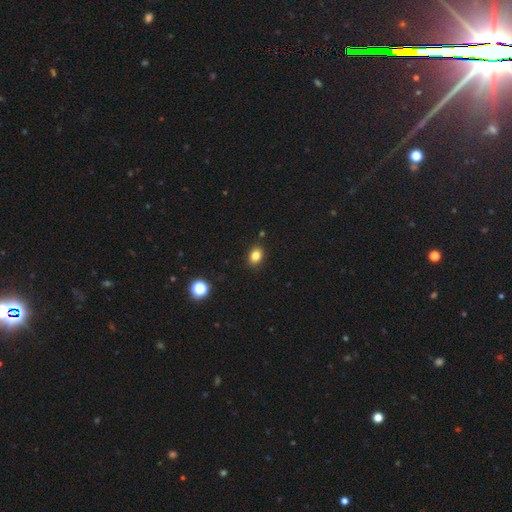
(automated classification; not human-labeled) Smooth or featured?
  - smooth: 82% *
  - star or artifact: 12%
  - featured or disk: 6%
How rounded?
  - in between: 62% *
  - round: 37%
  - cigar-shaped: 1%
Merging?
  - none: 89% *
  - minor disturbance: 8%
  - major disturbance: 2%
  - merger: 2%